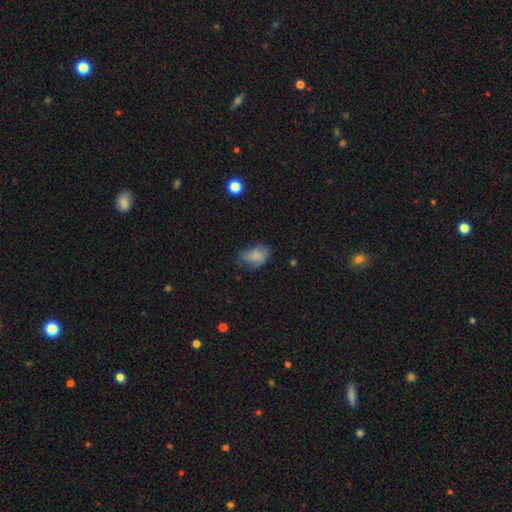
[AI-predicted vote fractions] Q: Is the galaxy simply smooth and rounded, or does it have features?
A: smooth — 69%.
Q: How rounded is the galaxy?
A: in between — 83%.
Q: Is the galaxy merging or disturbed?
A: none — 48%.